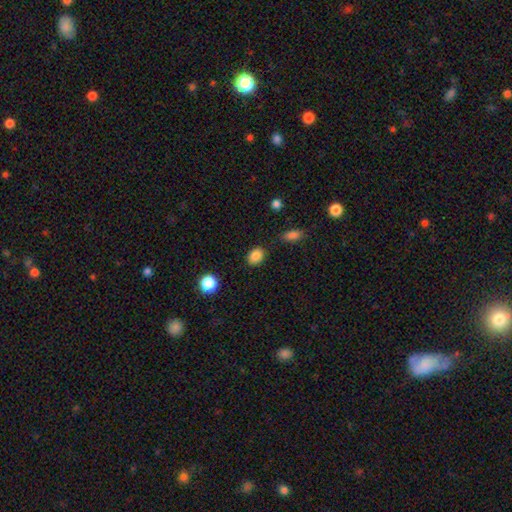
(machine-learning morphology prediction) This is clearly a smooth galaxy (86%). How rounded: possibly in between (60%). Merging: clearly none (85%).